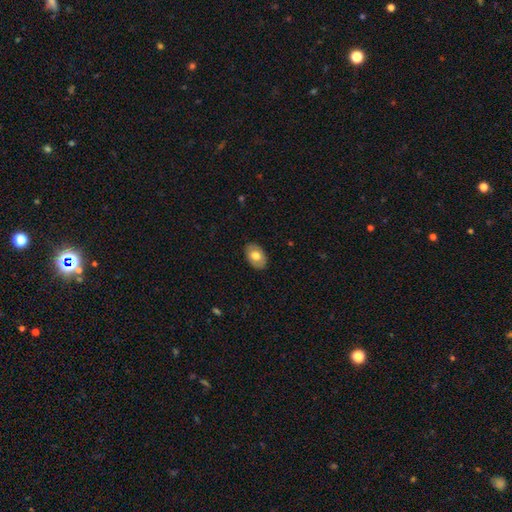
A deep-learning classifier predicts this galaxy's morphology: A smooth galaxy with no disk features (72%) that is in between round and cigar-shaped (87%). Merging: none (87%).